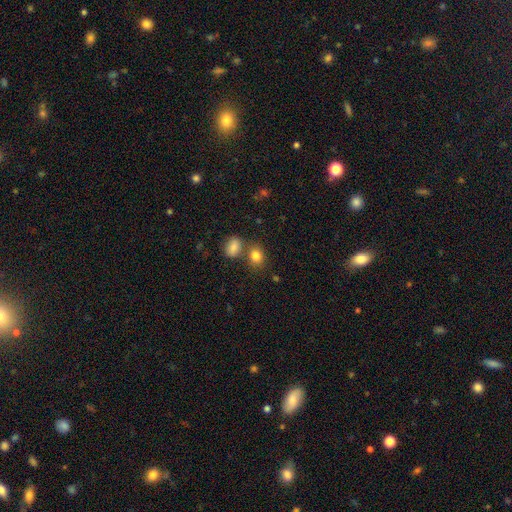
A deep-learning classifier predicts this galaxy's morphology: A smooth galaxy with no disk features (83%) that is in between round and cigar-shaped (51%).

Vote fractions:
- Smooth or featured? smooth: 83% / star or artifact: 10% / featured or disk: 7%
- How rounded? in between: 51% / round: 48% / cigar-shaped: 1%
- Merging? none: 60% / merger: 27% / minor disturbance: 10% / major disturbance: 3%